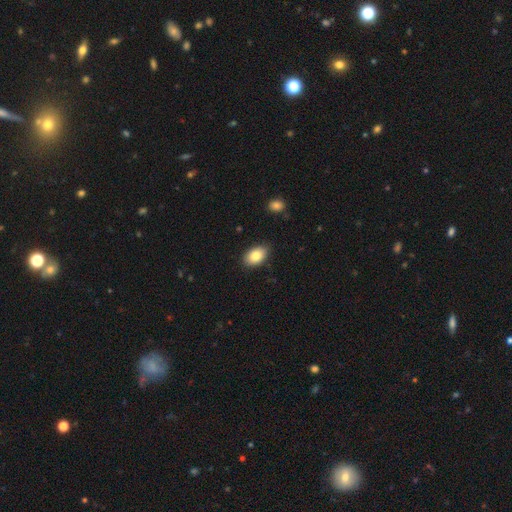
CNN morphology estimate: smooth_or_featured: smooth (p=0.84) [alt: featured or disk p=0.09]
how_rounded: in between (p=0.91) [alt: round p=0.08]
merging: none (p=0.85) [alt: minor disturbance p=0.12]